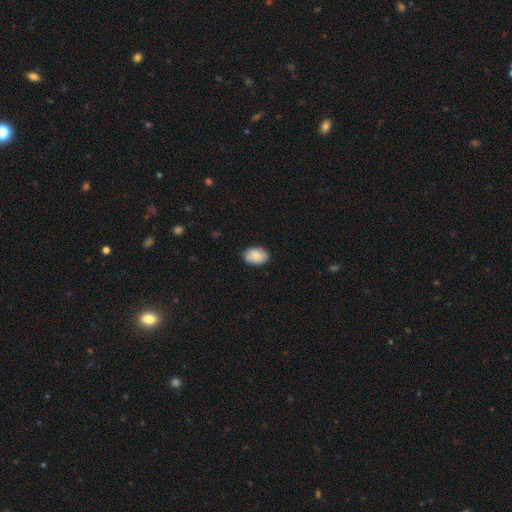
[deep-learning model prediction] Overall: smooth (85%). How rounded: in between (86%). Merging: none (84%).